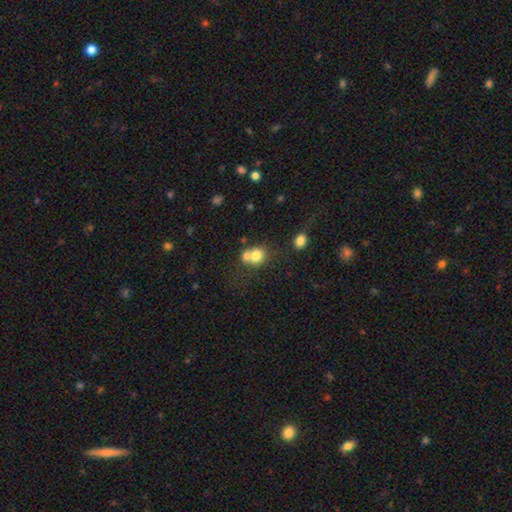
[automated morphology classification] type=smooth (74%); roundness=round (71%); merging=merger (52%).